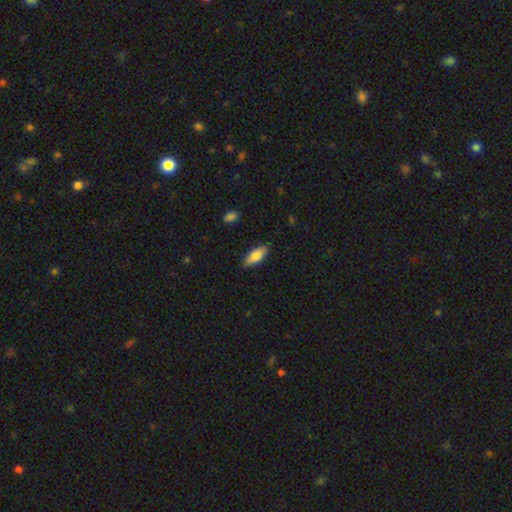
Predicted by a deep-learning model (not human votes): Q: Smooth or featured?
A: smooth (78%); runner-up: featured or disk (16%)
Q: How rounded?
A: in between (77%); runner-up: cigar-shaped (20%)
Q: Merging?
A: none (84%); runner-up: minor disturbance (12%)